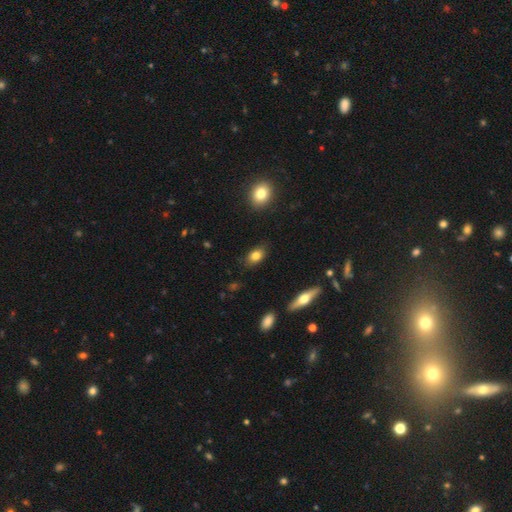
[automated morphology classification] Smooth or featured? smooth (81%)
How rounded? in between (81%)
Merging? none (85%)